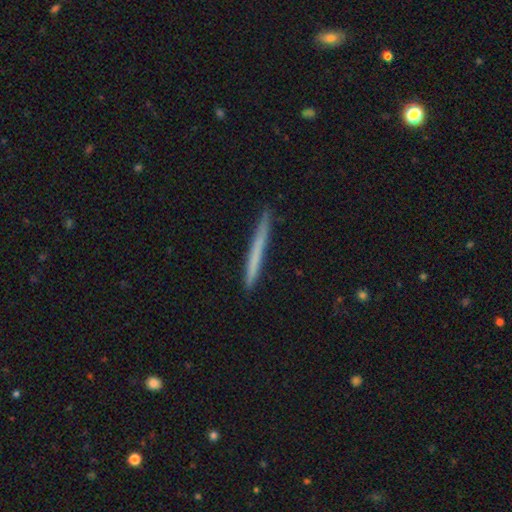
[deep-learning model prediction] smooth 60%, featured or disk 34%, star or artifact 6%. Down the decision tree: how rounded — cigar-shaped (97%); merging — none (90%).